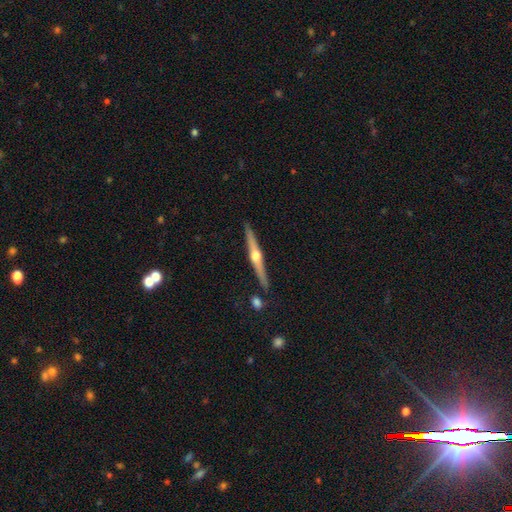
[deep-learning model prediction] smooth-or-featured: featured or disk: 78% | smooth: 17% | star or artifact: 5%
  disk-edge-on: yes: 98% | no: 2%
    edge-on-bulge: rounded: 94% | none: 3% | boxy: 2%
  merging: none: 87% | minor disturbance: 8% | merger: 4% | major disturbance: 2%